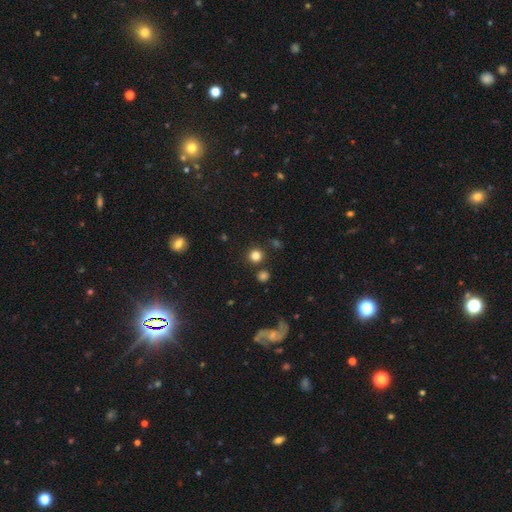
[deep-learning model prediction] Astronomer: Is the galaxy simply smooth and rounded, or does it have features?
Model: smooth — 80%.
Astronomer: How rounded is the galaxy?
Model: round — 93%.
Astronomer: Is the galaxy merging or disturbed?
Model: none — 85%.